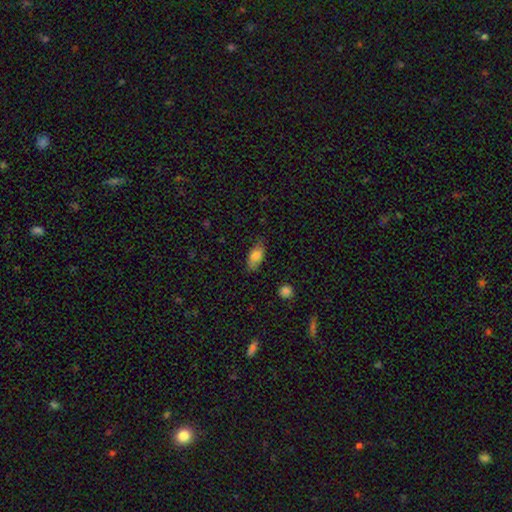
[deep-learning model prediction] Q: Smooth or featured?
A: smooth (80%); runner-up: featured or disk (13%)
Q: How rounded?
A: in between (88%); runner-up: cigar-shaped (9%)
Q: Merging?
A: none (77%); runner-up: minor disturbance (18%)